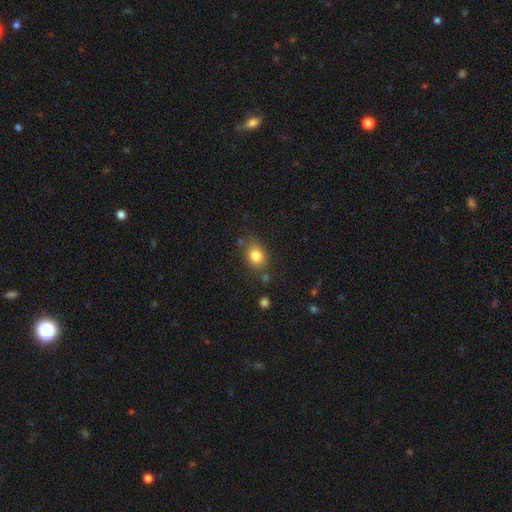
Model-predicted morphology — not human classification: Smooth or featured? Predicted: smooth (p=0.82). How rounded? Predicted: in between (p=0.59). Merging? Predicted: none (p=0.75).